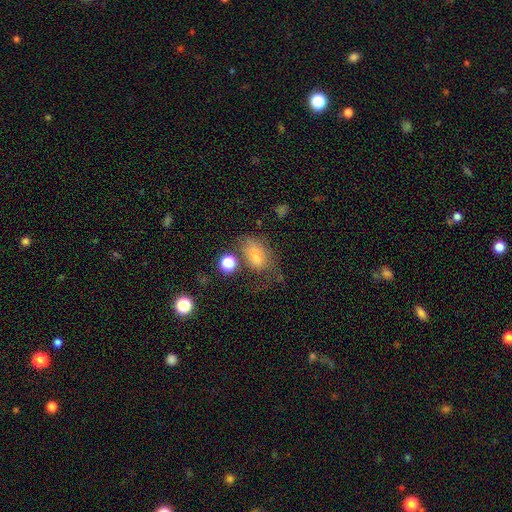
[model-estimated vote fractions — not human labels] Smooth or featured? Predicted: smooth (p=0.67). How rounded? Predicted: in between (p=0.82). Merging? Predicted: none (p=0.34).